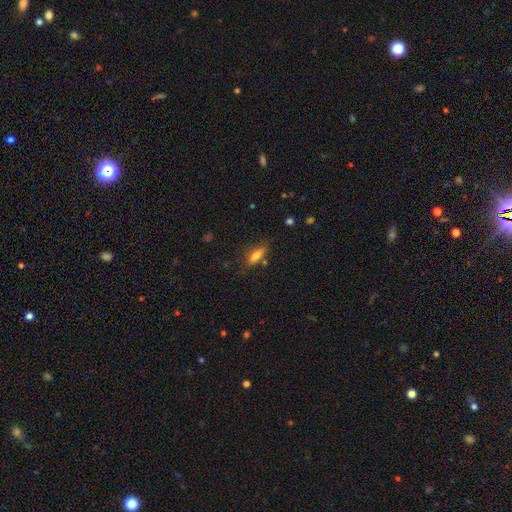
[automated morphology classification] Q: Smooth or featured?
A: smooth (69%); runner-up: featured or disk (21%)
Q: How rounded?
A: in between (63%); runner-up: cigar-shaped (33%)
Q: Merging?
A: none (71%); runner-up: minor disturbance (19%)